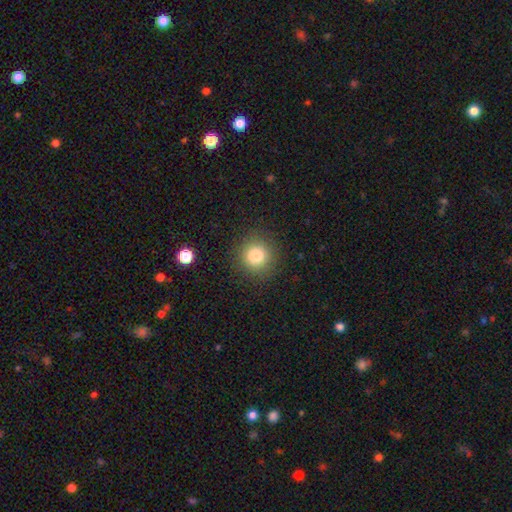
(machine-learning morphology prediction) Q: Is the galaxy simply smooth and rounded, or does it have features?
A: smooth — 81%.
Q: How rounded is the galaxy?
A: round — 93%.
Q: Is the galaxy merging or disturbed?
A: none — 89%.